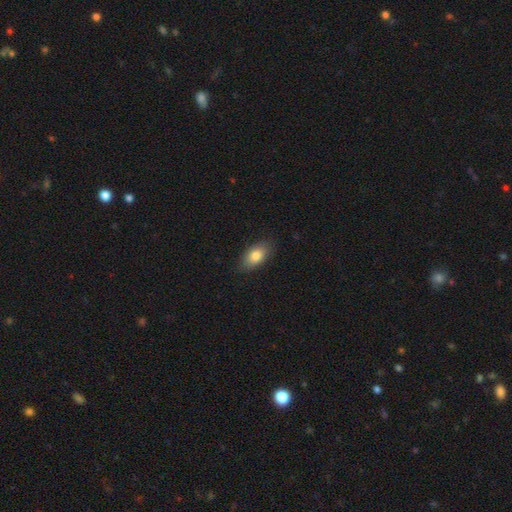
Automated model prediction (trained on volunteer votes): Morphology: type=smooth (82%); roundness=in between (90%); merging=none (84%).